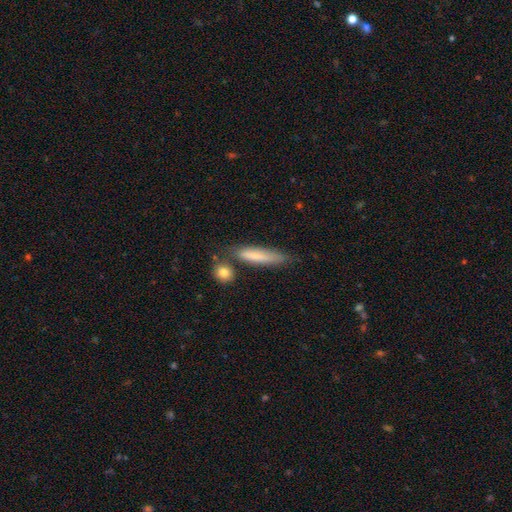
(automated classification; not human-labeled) The model was most divided on "merging": none: 66%, minor disturbance: 20%, merger: 8%, major disturbance: 5%. More confident: how rounded — cigar-shaped (83%); smooth or featured — smooth (74%).